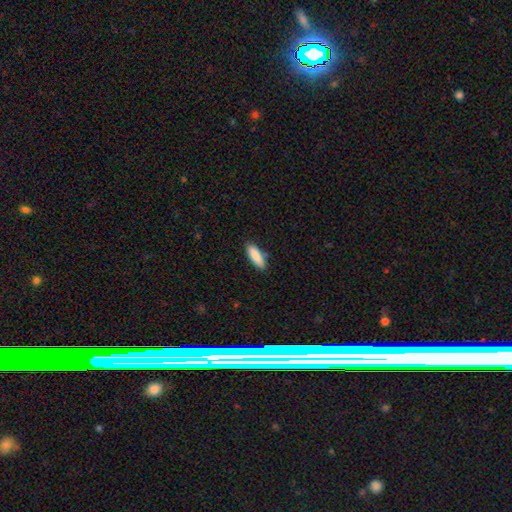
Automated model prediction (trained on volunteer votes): smooth_or_featured: smooth (p=0.88) [alt: featured or disk p=0.06]
how_rounded: in between (p=0.57) [alt: cigar-shaped p=0.41]
merging: none (p=0.86) [alt: minor disturbance p=0.10]